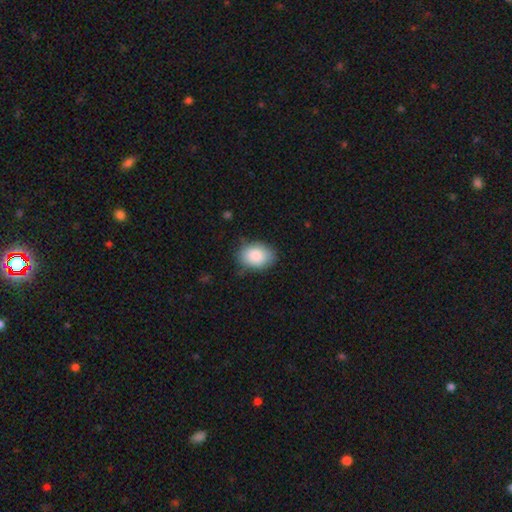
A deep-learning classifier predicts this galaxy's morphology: Smooth or featured? smooth (87%)
How rounded? in between (76%)
Merging? none (79%)